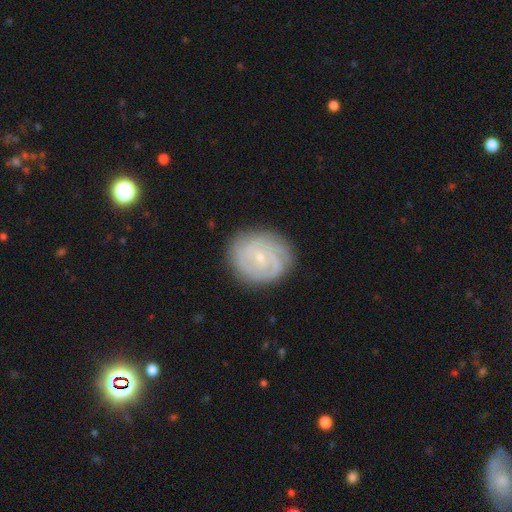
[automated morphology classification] smooth-or-featured: featured or disk: 67% | smooth: 23% | star or artifact: 10%
  disk-edge-on: no: 97% | yes: 3%
    bar: no: 59% | weak: 34% | strong: 7%
    has-spiral-arms: yes: 87% | no: 13%
      spiral-winding: tight: 69% | medium: 24% | loose: 7%
      spiral-arm-count: can't tell: 38% | 2: 30% | 3: 14% | 4: 7% | 1: 5% | more than 4: 5%
    bulge-size: small: 79% | moderate: 17% | none: 2% | large: 1% | dominant: 1%
  merging: none: 83% | minor disturbance: 13% | major disturbance: 3% | merger: 1%